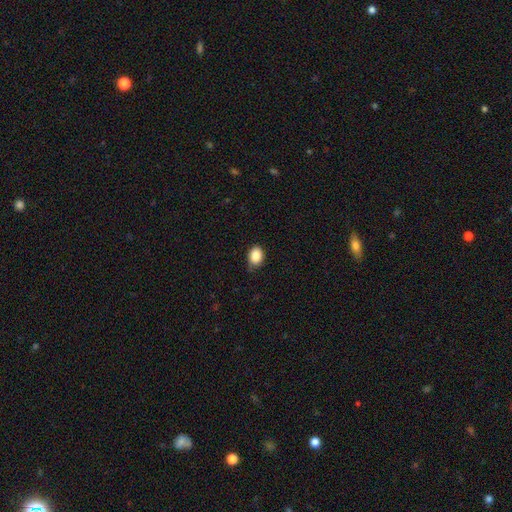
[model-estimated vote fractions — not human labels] Smooth or featured? smooth (88%)
How rounded? in between (67%)
Merging? none (72%)